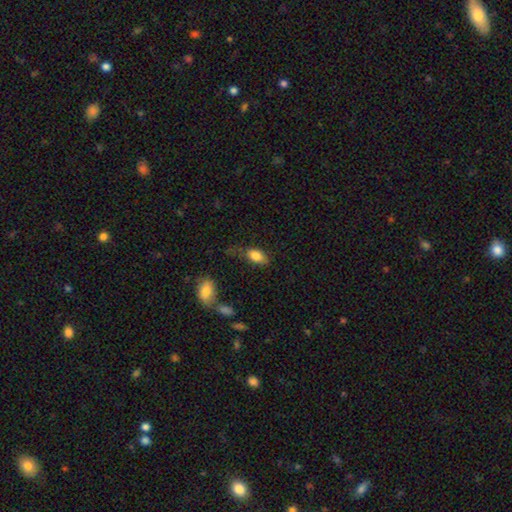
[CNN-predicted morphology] A smooth galaxy with no disk features (82%) that is in between round and cigar-shaped (89%).

Vote fractions:
- Smooth or featured? smooth: 82% / featured or disk: 10% / star or artifact: 7%
- How rounded? in between: 89% / round: 7% / cigar-shaped: 4%
- Merging? none: 52% / minor disturbance: 28% / major disturbance: 14% / merger: 6%